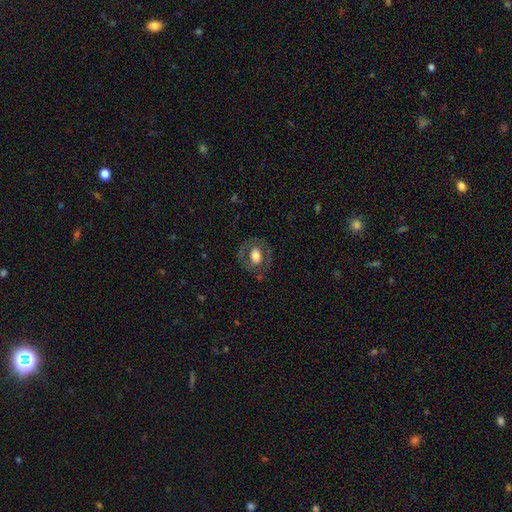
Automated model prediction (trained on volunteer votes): Overall: smooth (55%; featured or disk 38%). How rounded: in between (59%; round 40%). Merging: none (75%).